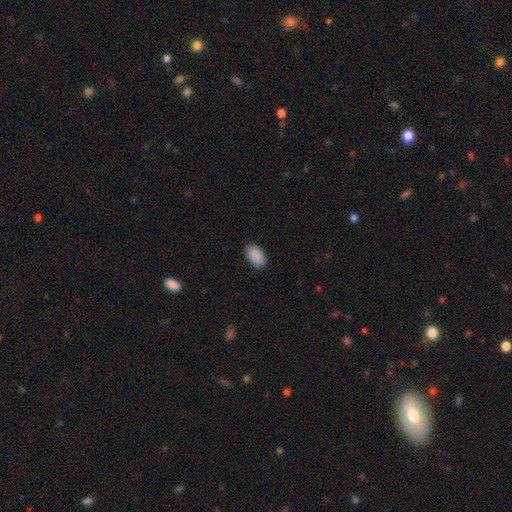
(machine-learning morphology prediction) Smooth or featured?
  - smooth: 91% *
  - star or artifact: 7%
  - featured or disk: 3%
How rounded?
  - in between: 93% *
  - round: 6%
  - cigar-shaped: 1%
Merging?
  - none: 87% *
  - minor disturbance: 10%
  - major disturbance: 2%
  - merger: 1%